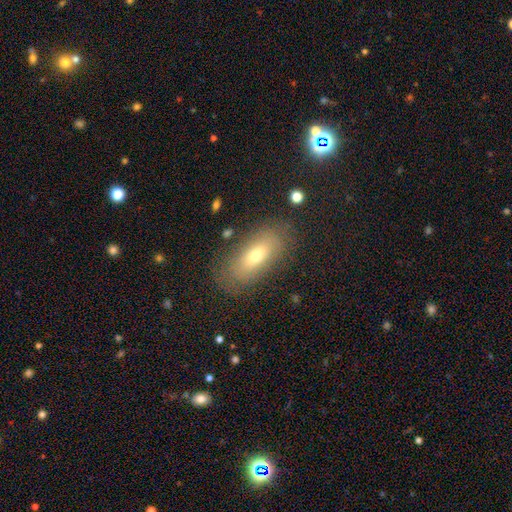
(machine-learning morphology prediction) type=smooth (58%); roundness=in between (83%); merging=none (81%).